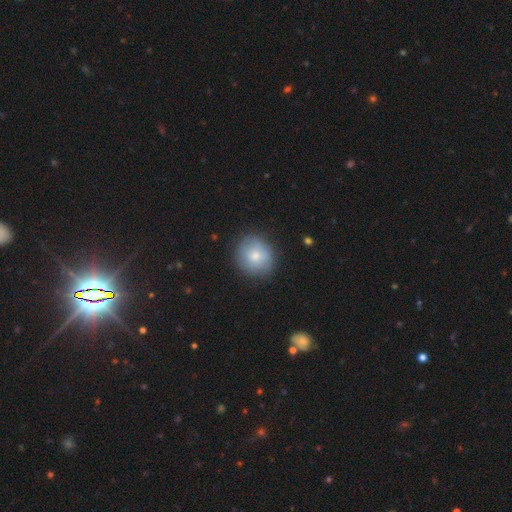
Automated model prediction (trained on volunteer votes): Morphology: type=smooth (75%); roundness=round (90%); merging=none (83%).